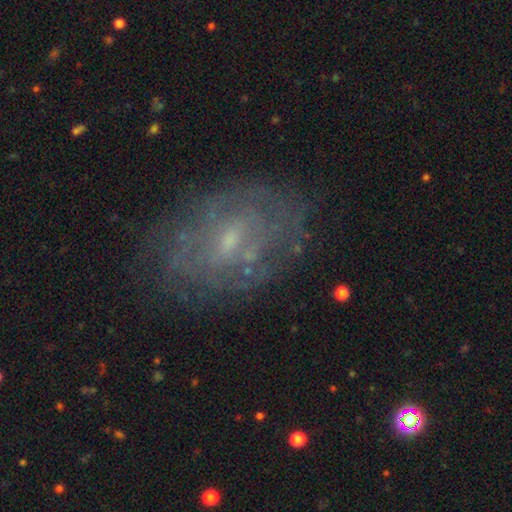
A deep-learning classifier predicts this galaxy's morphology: A featured or disk galaxy (70%) with a weak bar (47%), spiral arms (53%) and a small central bulge (61%). Merging: none (69%).